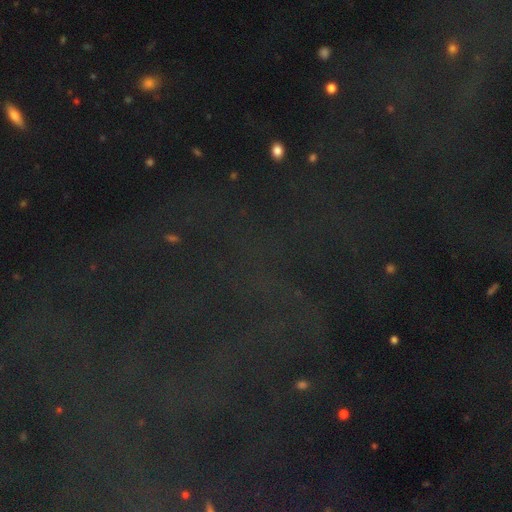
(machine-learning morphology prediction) This appears to be a star or artifact, not a galaxy (81%).